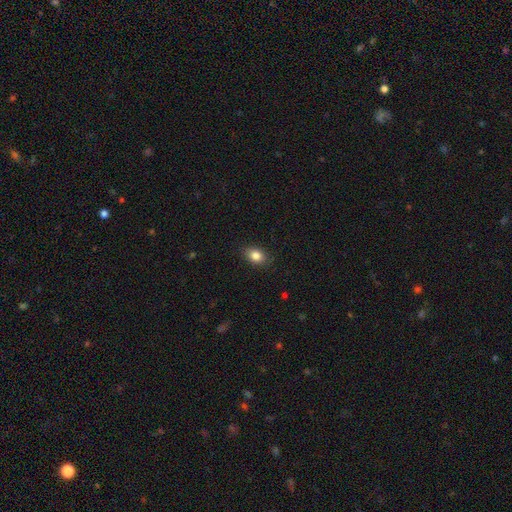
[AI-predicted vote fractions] A smooth galaxy with no disk features (84%) that is in between round and cigar-shaped (70%).

Vote fractions:
- Smooth or featured? smooth: 84% / star or artifact: 9% / featured or disk: 7%
- How rounded? in between: 70% / round: 28% / cigar-shaped: 1%
- Merging? none: 87% / minor disturbance: 10% / major disturbance: 2% / merger: 1%